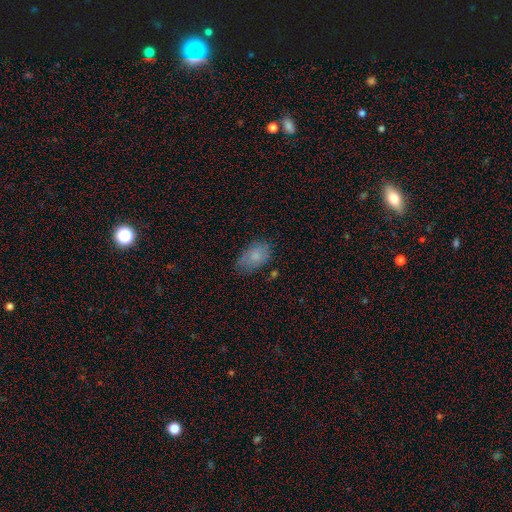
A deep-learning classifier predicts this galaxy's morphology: Smooth or featured?
  - smooth: 80% *
  - featured or disk: 12%
  - star or artifact: 8%
How rounded?
  - in between: 90% *
  - round: 9%
  - cigar-shaped: 2%
Merging?
  - none: 67% *
  - minor disturbance: 24%
  - major disturbance: 6%
  - merger: 2%